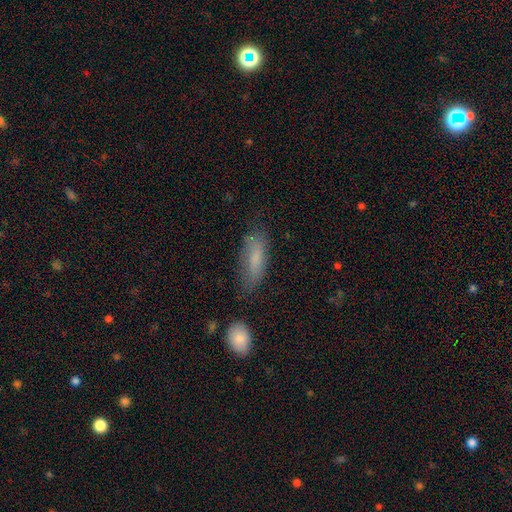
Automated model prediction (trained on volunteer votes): Q: Smooth or featured?
A: smooth (74%); runner-up: featured or disk (18%)
Q: How rounded?
A: in between (60%); runner-up: cigar-shaped (37%)
Q: Merging?
A: none (58%); runner-up: minor disturbance (28%)